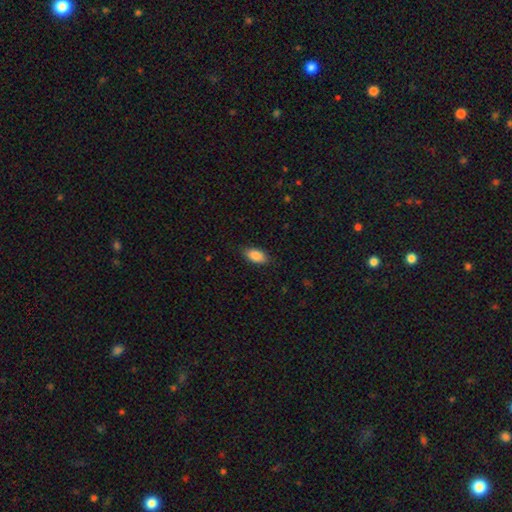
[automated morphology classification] This is clearly a smooth galaxy (88%). How rounded: clearly in between (91%). Merging: clearly none (85%).